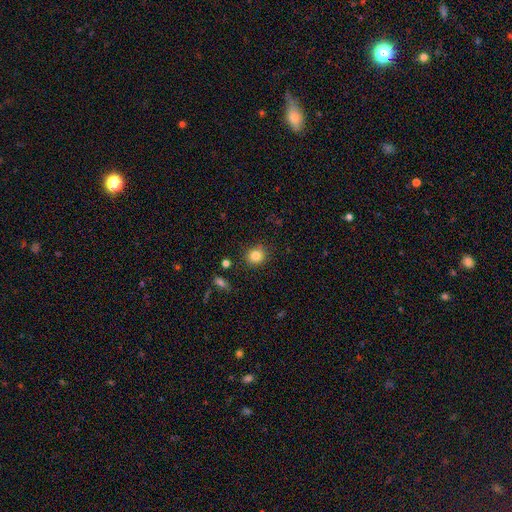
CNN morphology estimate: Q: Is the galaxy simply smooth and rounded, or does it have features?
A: smooth — 83%.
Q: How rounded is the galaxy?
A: round — 80%.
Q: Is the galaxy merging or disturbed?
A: none — 86%.